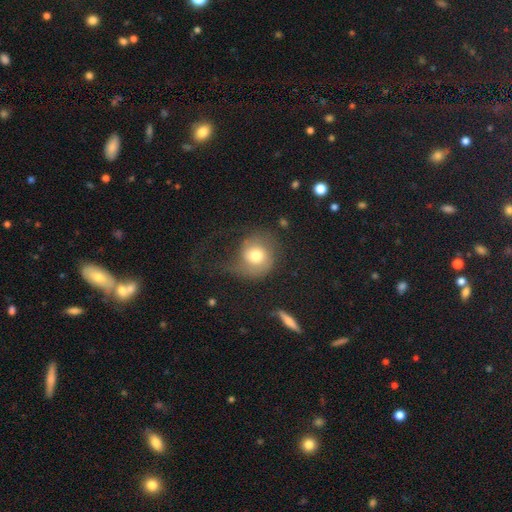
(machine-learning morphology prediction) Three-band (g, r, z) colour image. It shows a smooth galaxy with no disk features (59%) that is round (81%). Merging: none (41%).